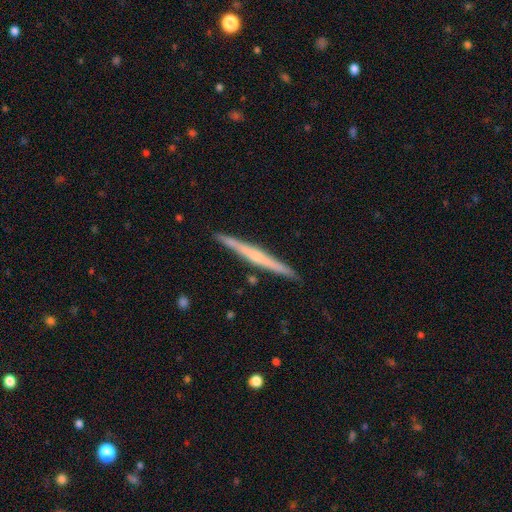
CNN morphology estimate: The model was most divided on "edge-on bulge": none: 50%, rounded: 40%, boxy: 10%. More confident: edge-on disk — yes (98%); merging — none (91%); smooth or featured — featured or disk (63%).